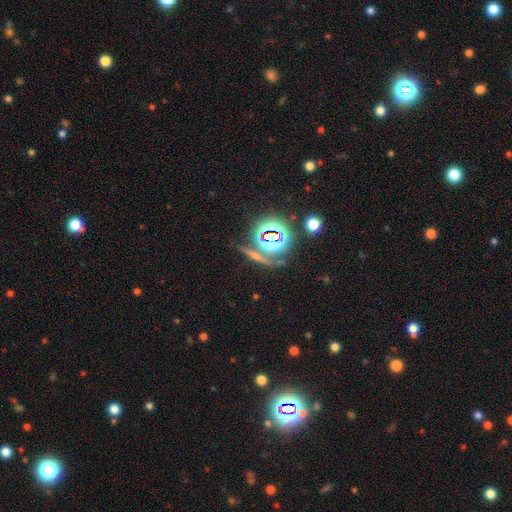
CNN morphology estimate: The model was most divided on "smooth or featured": star or artifact: 49%, smooth: 27%, featured or disk: 23%.